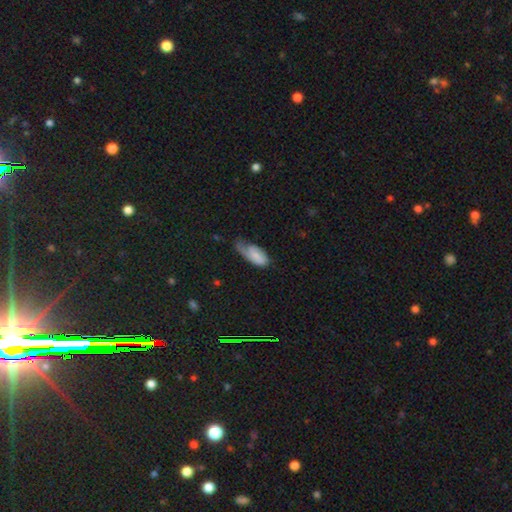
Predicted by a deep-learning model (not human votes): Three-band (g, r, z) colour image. It shows a smooth galaxy with no disk features (65%) that is in between round and cigar-shaped (90%). Merging: minor disturbance (41%).